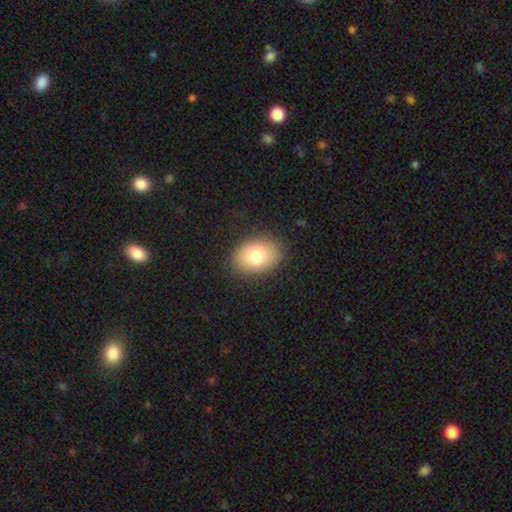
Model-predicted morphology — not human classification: type=smooth (76%); roundness=in between (71%); merging=none (86%).